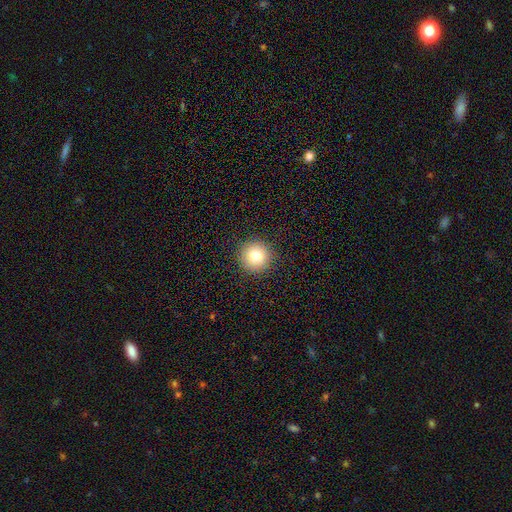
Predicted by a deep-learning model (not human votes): The model was most divided on "smooth or featured": smooth: 78%, star or artifact: 12%, featured or disk: 10%. More confident: how rounded — round (96%); merging — none (92%).